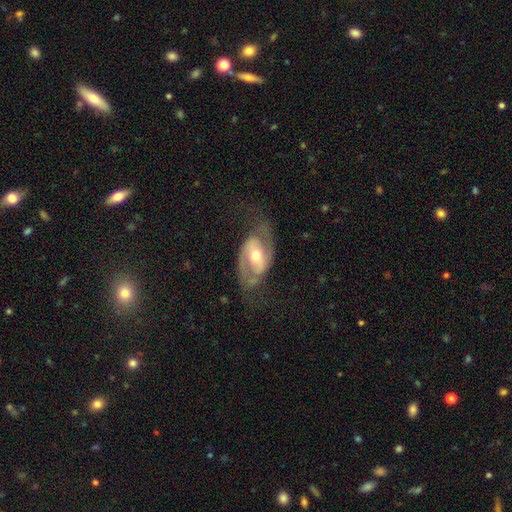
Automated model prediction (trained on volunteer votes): Smooth or featured?
  - featured or disk: 83% *
  - smooth: 12%
  - star or artifact: 5%
Edge-on disk?
  - no: 95% *
  - yes: 5%
Bar?
  - weak: 40% *
  - no: 32%
  - strong: 28%
Spiral arms?
  - yes: 89% *
  - no: 11%
Spiral winding?
  - medium: 45% *
  - loose: 39%
  - tight: 15%
Spiral arm count?
  - 2: 90% *
  - can't tell: 5%
  - 1: 2%
  - 3: 1%
  - 4: 1%
  - more than 4: 1%
Bulge size?
  - moderate: 72% *
  - small: 19%
  - large: 7%
  - dominant: 1%
  - none: 1%
Merging?
  - none: 66% *
  - minor disturbance: 17%
  - major disturbance: 16%
  - merger: 2%